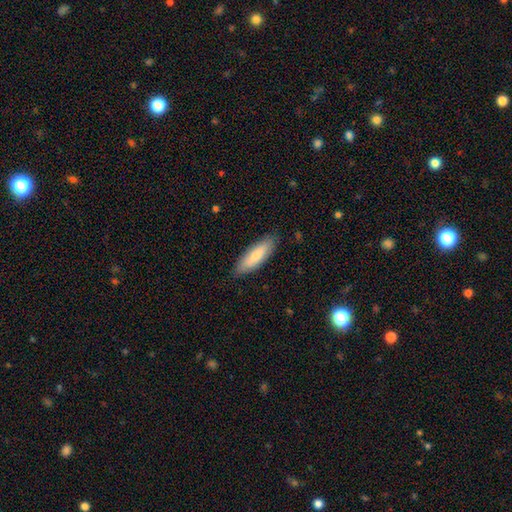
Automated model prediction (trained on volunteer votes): Morphology: type=smooth (78%); roundness=in between (50%); merging=none (86%).